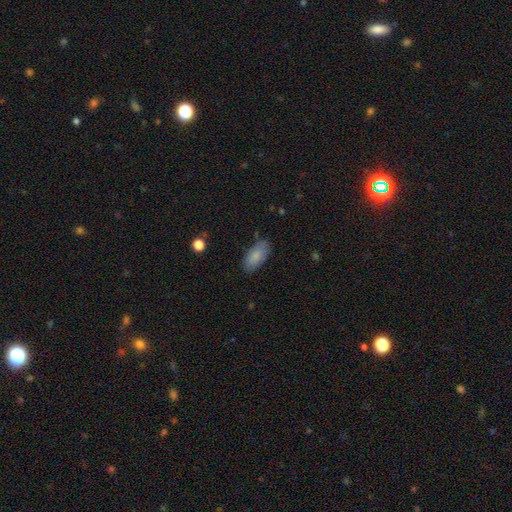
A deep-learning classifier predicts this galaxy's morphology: Smooth or featured: smooth — 84% (featured or disk — 10%)
How rounded: in between — 90% (cigar-shaped — 7%)
Merging: none — 81% (minor disturbance — 15%)